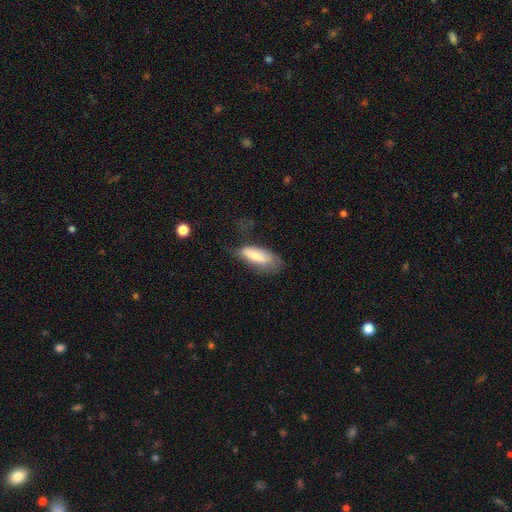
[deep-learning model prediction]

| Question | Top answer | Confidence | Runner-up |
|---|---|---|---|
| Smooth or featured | smooth | 76% | featured or disk (17%) |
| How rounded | in between | 69% | cigar-shaped (29%) |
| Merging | none | 45% | minor disturbance (31%) |